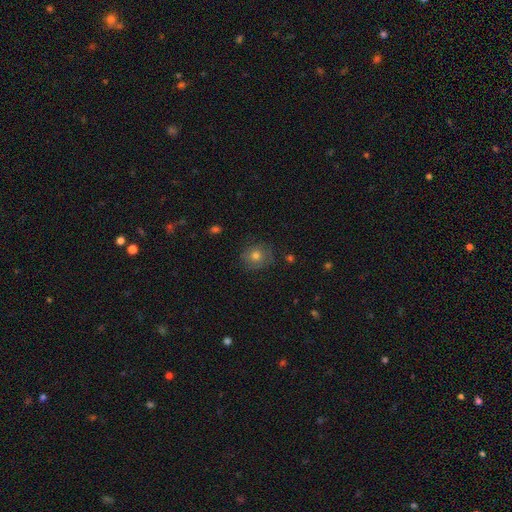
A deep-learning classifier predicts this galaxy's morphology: Smooth or featured? smooth (72%)
How rounded? round (85%)
Merging? none (77%)